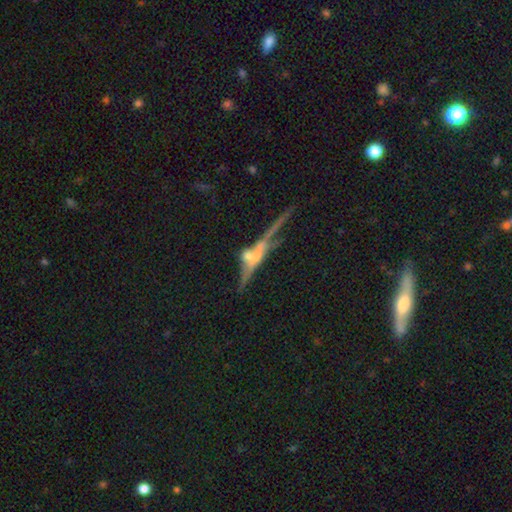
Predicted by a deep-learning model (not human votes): Morphology: type=featured or disk (66%); edge-on=yes (81%); edge-on bulge=rounded (54%); merging=none (40%).